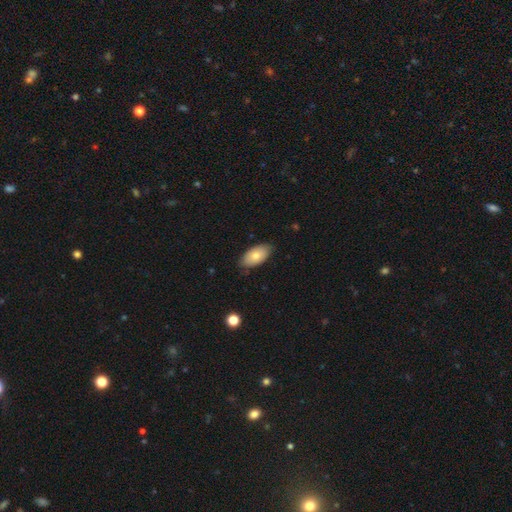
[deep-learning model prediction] A smooth galaxy with no disk features (75%) that is in between round and cigar-shaped (94%). Merging: none (80%).